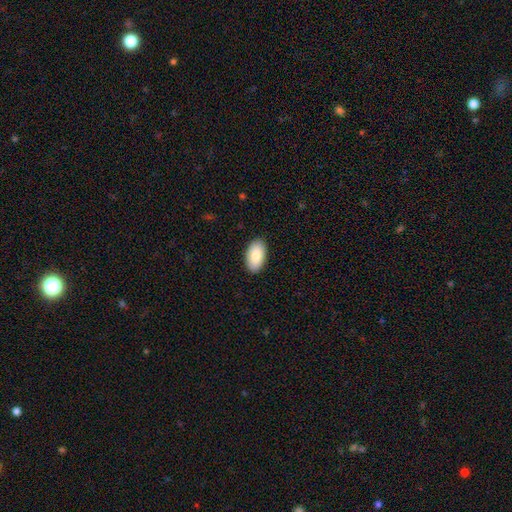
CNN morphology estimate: Q: Smooth or featured?
A: smooth (85%); runner-up: featured or disk (9%)
Q: How rounded?
A: in between (96%); runner-up: round (3%)
Q: Merging?
A: none (89%); runner-up: minor disturbance (8%)